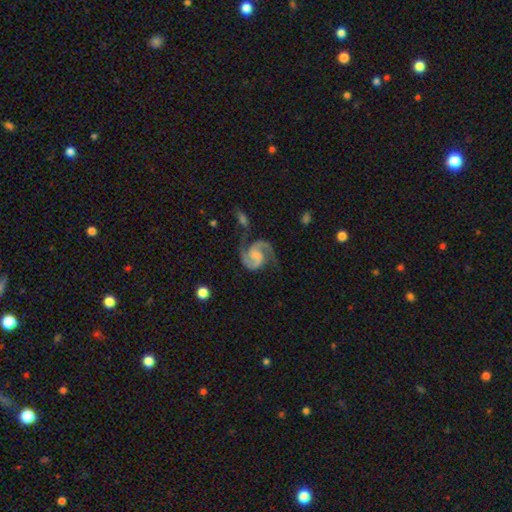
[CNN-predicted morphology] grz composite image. It shows a featured or disk galaxy (91%) with a weak bar (45%), 2 (93%) medium (60%) spiral arms (98%) and no central bulge (39%). Merging: none (66%).